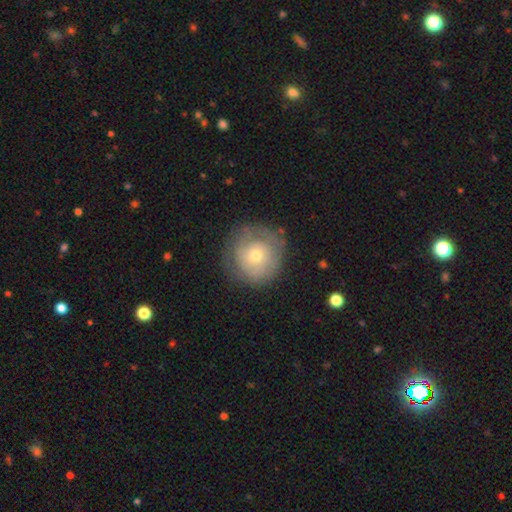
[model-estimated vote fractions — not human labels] Overall: smooth (53%; featured or disk 39%). How rounded: round (93%). Merging: none (77%).